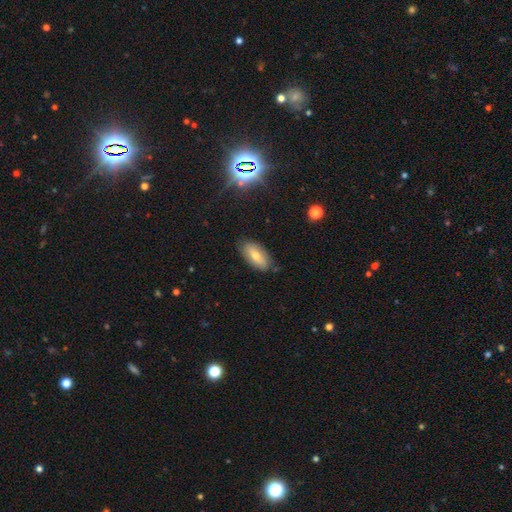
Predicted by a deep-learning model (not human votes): Q: Smooth or featured?
A: smooth (54%); runner-up: featured or disk (34%)
Q: How rounded?
A: in between (88%); runner-up: cigar-shaped (9%)
Q: Merging?
A: none (82%); runner-up: minor disturbance (14%)